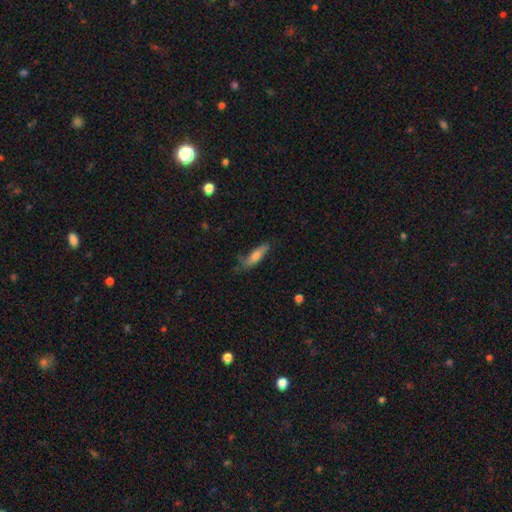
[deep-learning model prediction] This appears to be a smooth galaxy with no disk features (61%) that is cigar-shaped (61%). Merging: none (62%).